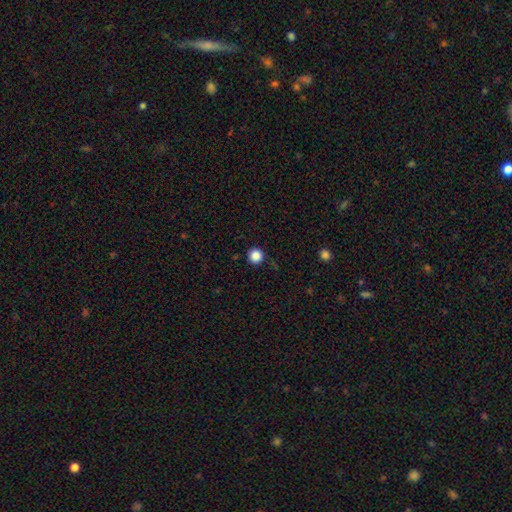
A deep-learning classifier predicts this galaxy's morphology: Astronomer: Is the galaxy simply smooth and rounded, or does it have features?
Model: smooth — 86%.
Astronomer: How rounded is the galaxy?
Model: round — 96%.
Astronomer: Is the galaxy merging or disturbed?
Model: none — 91%.